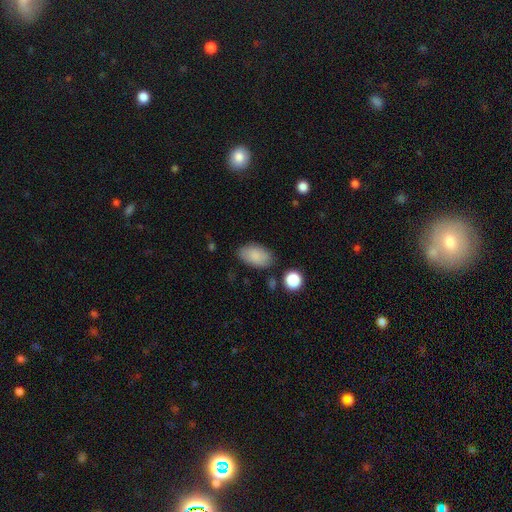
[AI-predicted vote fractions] smooth_or_featured: smooth (p=0.86) [alt: star or artifact p=0.07]
how_rounded: in between (p=0.94) [alt: round p=0.05]
merging: none (p=0.78) [alt: minor disturbance p=0.15]